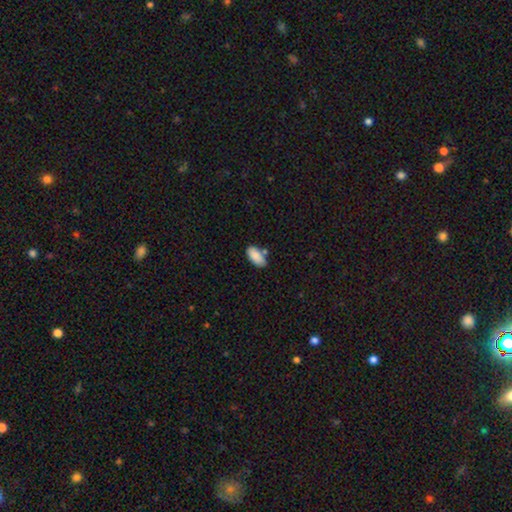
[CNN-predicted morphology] This is clearly a smooth galaxy (87%). How rounded: clearly in between (91%). Merging: likely none (69%).